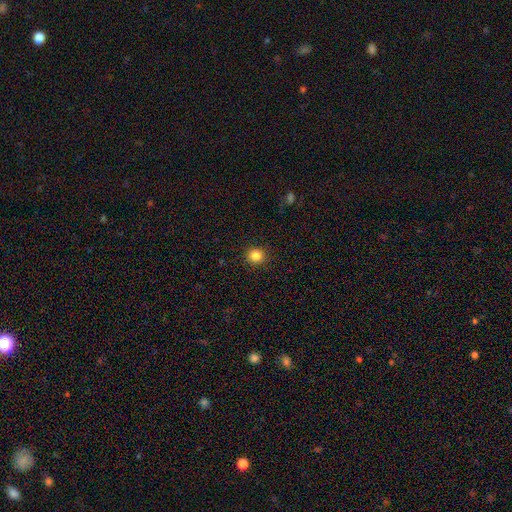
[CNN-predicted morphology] Q: Smooth or featured?
A: smooth (85%); runner-up: star or artifact (11%)
Q: How rounded?
A: round (90%); runner-up: in between (9%)
Q: Merging?
A: none (91%); runner-up: minor disturbance (6%)